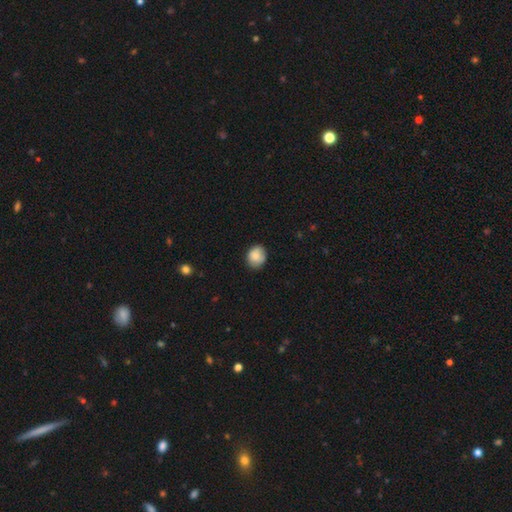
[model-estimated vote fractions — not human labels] Smooth or featured: smooth — 85% (star or artifact — 8%)
How rounded: round — 65% (in between — 34%)
Merging: none — 78% (minor disturbance — 18%)